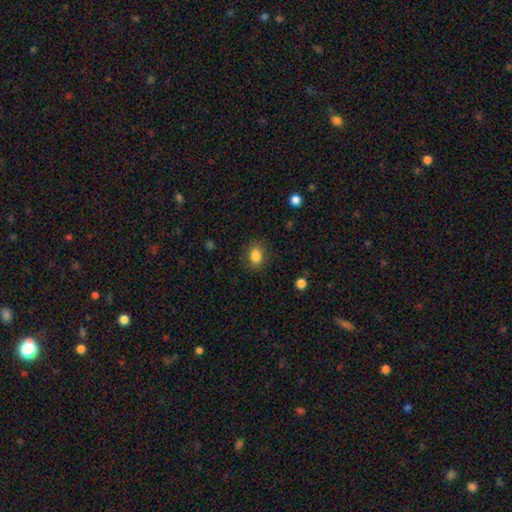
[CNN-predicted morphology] Smooth or featured?
  - smooth: 84% *
  - star or artifact: 10%
  - featured or disk: 6%
How rounded?
  - in between: 52% *
  - round: 47%
  - cigar-shaped: 1%
Merging?
  - none: 84% *
  - minor disturbance: 11%
  - major disturbance: 4%
  - merger: 1%